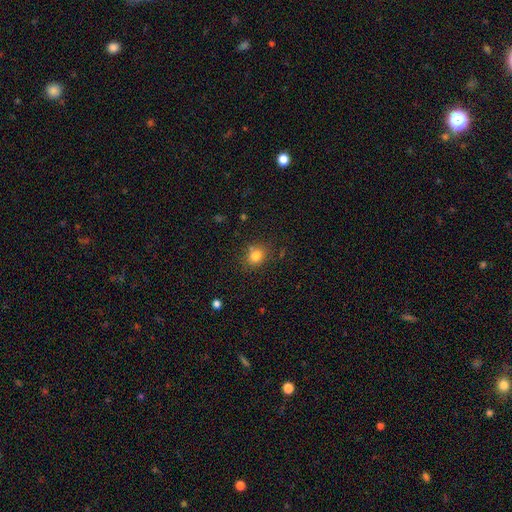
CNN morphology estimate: Smooth or featured? smooth (80%)
How rounded? round (67%)
Merging? none (79%)